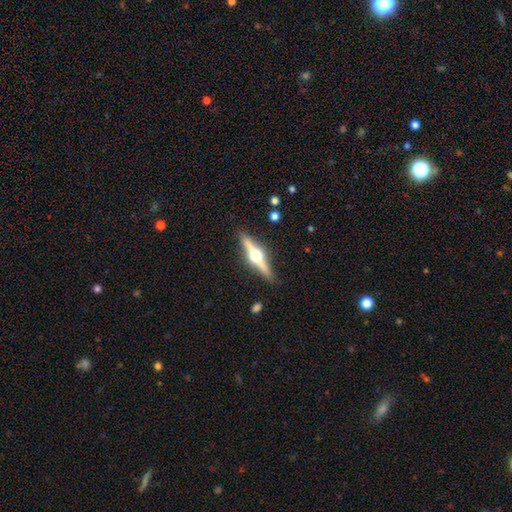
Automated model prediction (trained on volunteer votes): Smooth or featured: featured or disk — 79% (smooth — 15%)
Edge-on disk: yes — 98% (no — 2%)
Edge-on bulge: rounded — 97% (boxy — 2%)
Merging: none — 90% (minor disturbance — 7%)